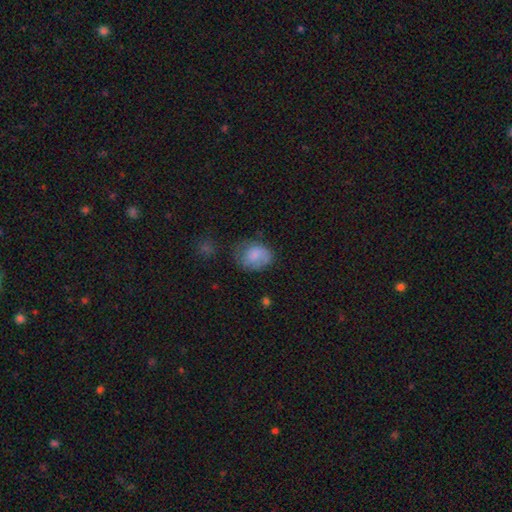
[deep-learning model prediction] smooth_or_featured: smooth (p=0.75) [alt: featured or disk p=0.16]
how_rounded: in between (p=0.55) [alt: round p=0.44]
merging: none (p=0.49) [alt: minor disturbance p=0.31]